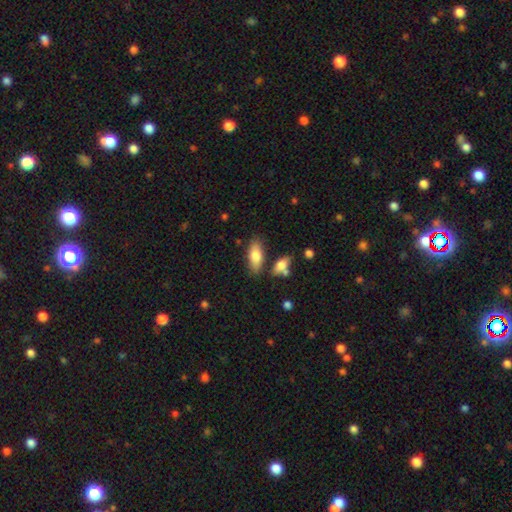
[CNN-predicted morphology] This appears to be a smooth galaxy with no disk features (77%) that is in between round and cigar-shaped (79%). Merging: none (76%).